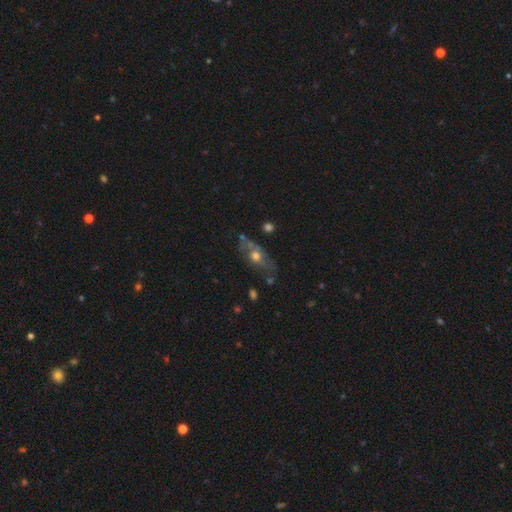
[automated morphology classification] This is possibly a featured or disk galaxy (57%). It is likely not viewed edge-on (69%). Merging: likely none (65%).